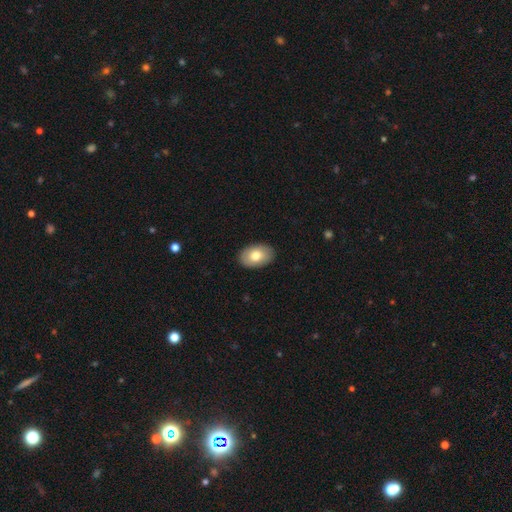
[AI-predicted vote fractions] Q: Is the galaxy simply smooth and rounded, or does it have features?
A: smooth — 76%.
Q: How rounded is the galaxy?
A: in between — 90%.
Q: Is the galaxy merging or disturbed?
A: none — 89%.